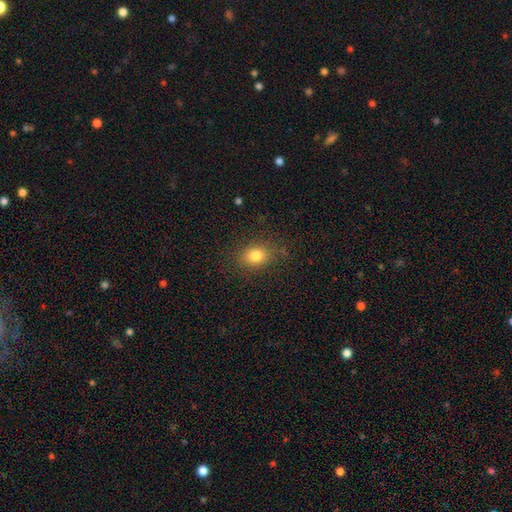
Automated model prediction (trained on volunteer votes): Smooth or featured? smooth (79%)
How rounded? in between (58%)
Merging? none (82%)